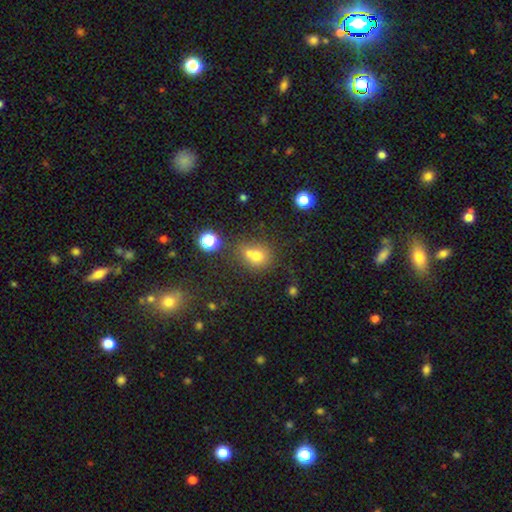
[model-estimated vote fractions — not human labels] Overall: smooth (68%). How rounded: round (74%). Merging: merger (46%; none 40%).